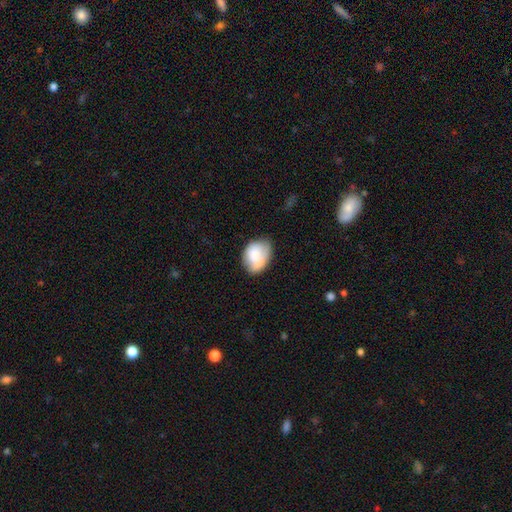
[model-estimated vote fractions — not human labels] Q: Smooth or featured?
A: smooth (75%); runner-up: featured or disk (17%)
Q: How rounded?
A: in between (71%); runner-up: round (28%)
Q: Merging?
A: none (52%); runner-up: minor disturbance (31%)